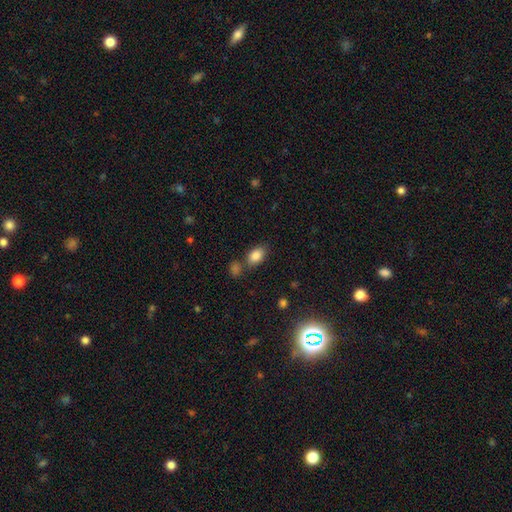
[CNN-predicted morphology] smooth-or-featured: smooth: 85% | star or artifact: 9% | featured or disk: 6%
  how-rounded: in between: 85% | round: 13% | cigar-shaped: 2%
  merging: none: 66% | merger: 16% | minor disturbance: 14% | major disturbance: 4%